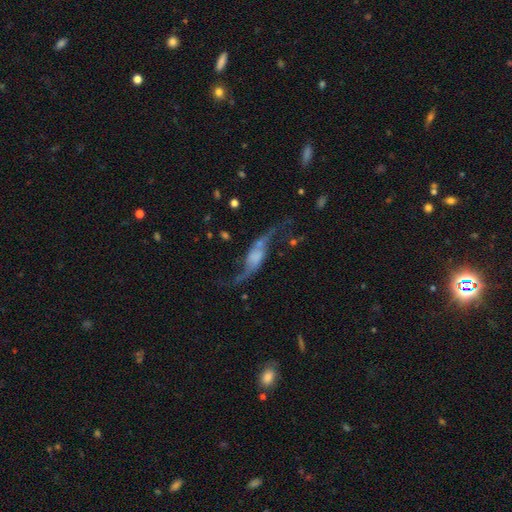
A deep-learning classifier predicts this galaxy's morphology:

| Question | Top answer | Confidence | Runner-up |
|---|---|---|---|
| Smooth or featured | featured or disk | 81% | smooth (11%) |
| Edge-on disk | no | 83% | yes (17%) |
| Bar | no | 52% | weak (32%) |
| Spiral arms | yes | 93% | no (7%) |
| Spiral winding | loose | 93% | medium (5%) |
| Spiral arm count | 2 | 93% | 1 (2%) |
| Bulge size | none | 44% | small (21%) |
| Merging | none | 62% | minor disturbance (17%) |